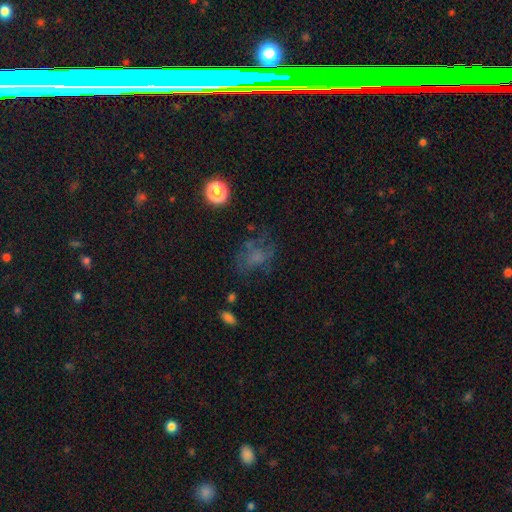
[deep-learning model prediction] smooth-or-featured: smooth: 43% | featured or disk: 35% | star or artifact: 22%
  merging: none: 52% | major disturbance: 24% | minor disturbance: 21% | merger: 3%